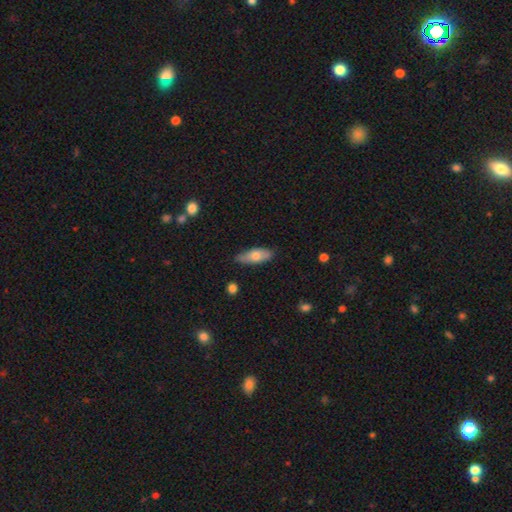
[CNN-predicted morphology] Smooth or featured? Predicted: smooth (p=0.69). How rounded? Predicted: in between (p=0.71). Merging? Predicted: none (p=0.82).